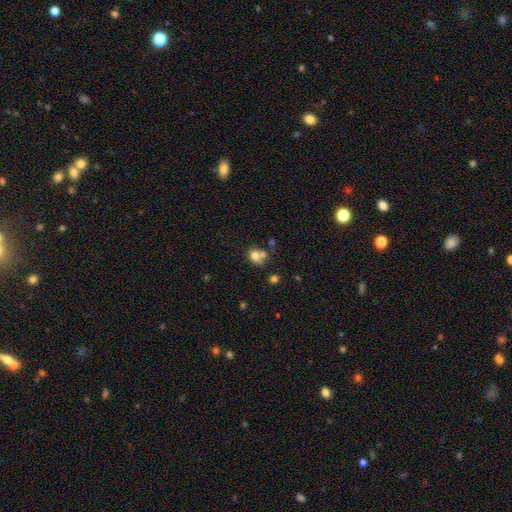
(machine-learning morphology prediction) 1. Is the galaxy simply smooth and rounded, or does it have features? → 74% smooth, 14% featured or disk, 13% star or artifact.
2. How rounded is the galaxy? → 67% round, 32% in between, 1% cigar-shaped.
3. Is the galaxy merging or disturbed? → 42% none, 41% merger, 12% minor disturbance, 6% major disturbance.